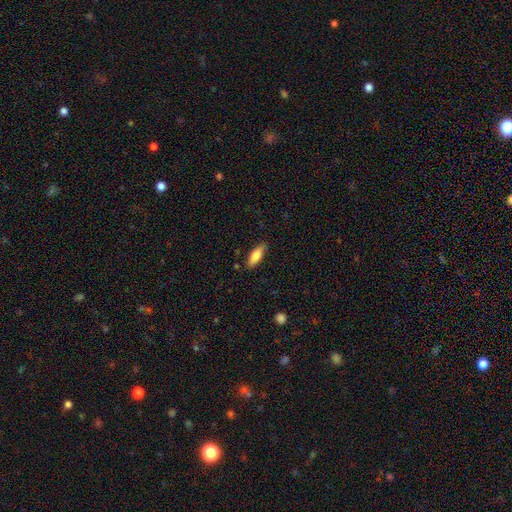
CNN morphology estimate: This is likely a smooth galaxy (79%). How rounded: likely in between (65%). Merging: clearly none (83%).